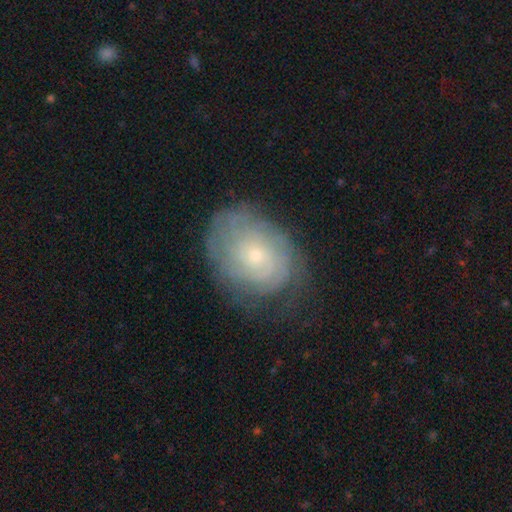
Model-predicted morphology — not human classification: A featured or disk galaxy (70%) with no bar (82%), tight (77%) spiral arms (88%) and a small central bulge (76%).

Vote fractions:
- Smooth or featured? featured or disk: 70% / smooth: 23% / star or artifact: 7%
- Edge-on disk? no: 96% / yes: 4%
- Bar? no: 82% / weak: 16% / strong: 2%
- Spiral arms? yes: 88% / no: 12%
- Spiral winding? tight: 77% / medium: 18% / loose: 6%
- Spiral arm count? can't tell: 57% / 2: 13% / 3: 10% / 4: 9% / more than 4: 6% / 1: 5%
- Bulge size? small: 76% / moderate: 20% / none: 2% / large: 1% / dominant: 1%
- Merging? none: 69% / minor disturbance: 21% / major disturbance: 9% / merger: 1%